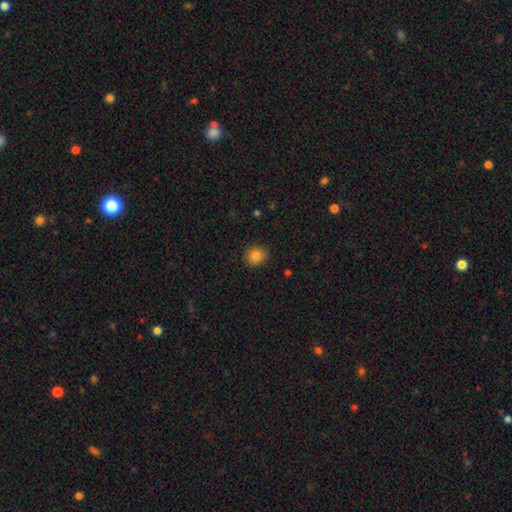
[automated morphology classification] A smooth galaxy with no disk features (83%) that is round (87%).

Vote fractions:
- Smooth or featured? smooth: 83% / star or artifact: 11% / featured or disk: 6%
- How rounded? round: 87% / in between: 13% / cigar-shaped: 1%
- Merging? none: 90% / minor disturbance: 7% / major disturbance: 2% / merger: 1%